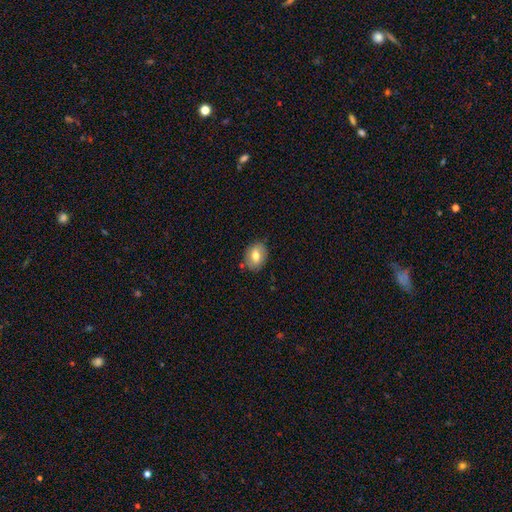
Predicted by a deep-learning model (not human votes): A smooth galaxy with no disk features (73%) that is in between round and cigar-shaped (61%). Merging: none (82%).